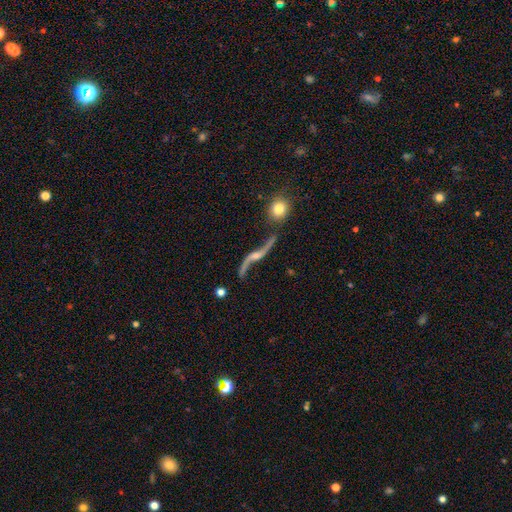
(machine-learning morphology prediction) Smooth or featured: featured or disk — 85% (star or artifact — 8%)
Edge-on disk: no — 71% (yes — 29%)
Bar: no — 56% (weak — 29%)
Spiral arms: yes — 94% (no — 6%)
Spiral winding: loose — 93% (medium — 5%)
Spiral arm count: 2 — 93% (1 — 3%)
Bulge size: small — 43% (moderate — 38%)
Merging: none — 62% (minor disturbance — 17%)